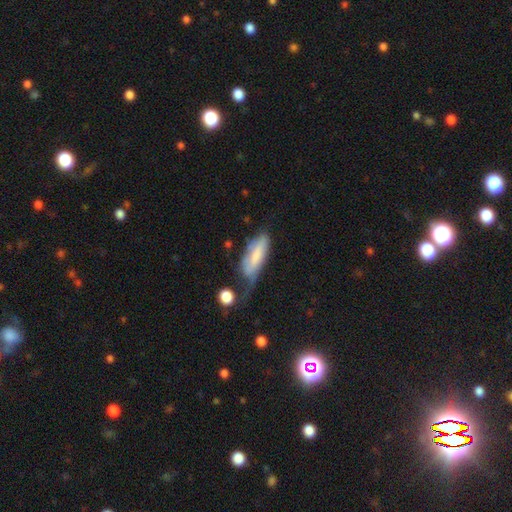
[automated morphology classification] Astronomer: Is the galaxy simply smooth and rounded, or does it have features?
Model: smooth — 66%.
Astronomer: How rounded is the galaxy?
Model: in between — 65%.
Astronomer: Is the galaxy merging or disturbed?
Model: minor disturbance — 33% (runner-up: major disturbance, 31%).